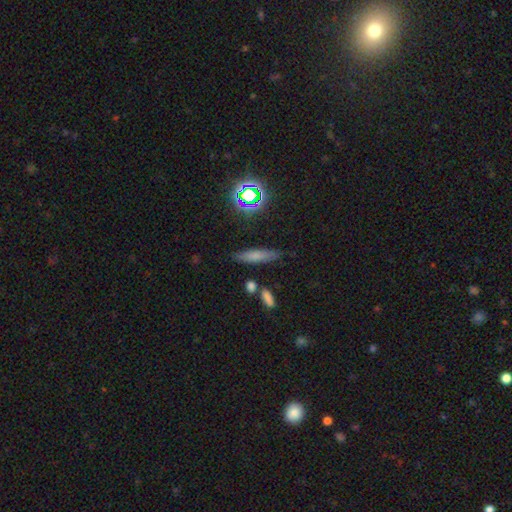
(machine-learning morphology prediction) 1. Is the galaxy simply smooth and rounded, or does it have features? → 68% smooth, 19% featured or disk, 14% star or artifact.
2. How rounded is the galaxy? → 75% cigar-shaped, 21% in between, 4% round.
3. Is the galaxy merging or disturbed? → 80% none, 11% minor disturbance, 5% merger, 3% major disturbance.